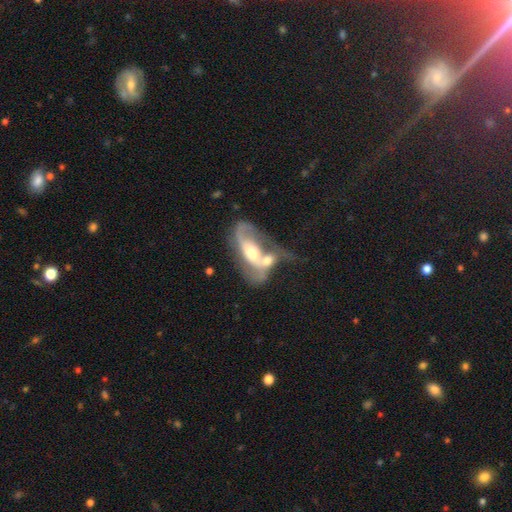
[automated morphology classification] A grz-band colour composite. It shows a featured or disk galaxy (77%) with no bar (48%), 2 (68%) loose (41%) spiral arms (80%) and a moderate central bulge (67%). Merging: merger (62%).